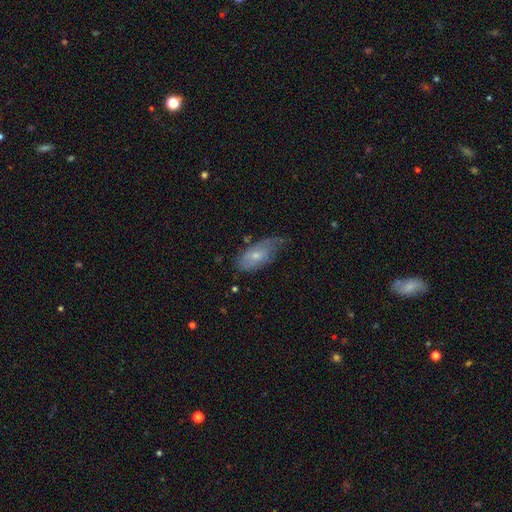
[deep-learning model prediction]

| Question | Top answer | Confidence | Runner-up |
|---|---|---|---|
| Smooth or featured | smooth | 51% | featured or disk (43%) |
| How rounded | in between | 88% | cigar-shaped (9%) |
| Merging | none | 41% | minor disturbance (38%) |